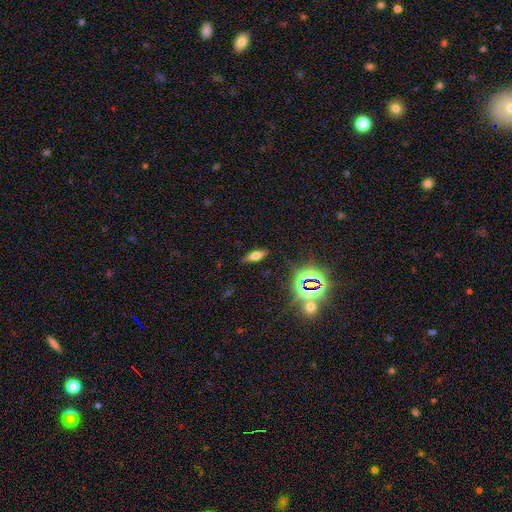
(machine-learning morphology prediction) Smooth or featured? smooth (49%)
Merging? none (83%)